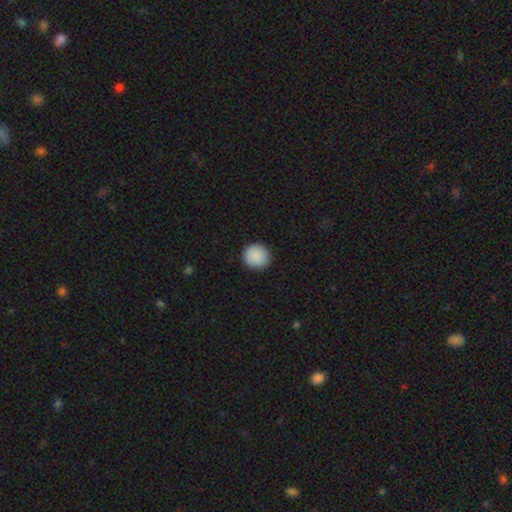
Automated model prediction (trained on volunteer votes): Q: Smooth or featured?
A: smooth (90%); runner-up: star or artifact (7%)
Q: How rounded?
A: round (94%); runner-up: in between (5%)
Q: Merging?
A: none (92%); runner-up: minor disturbance (5%)